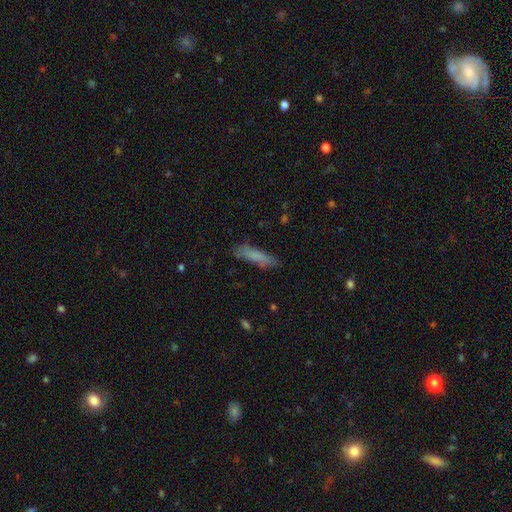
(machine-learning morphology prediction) This appears to be a smooth galaxy with no disk features (77%) that is cigar-shaped (78%). Merging: none (78%).